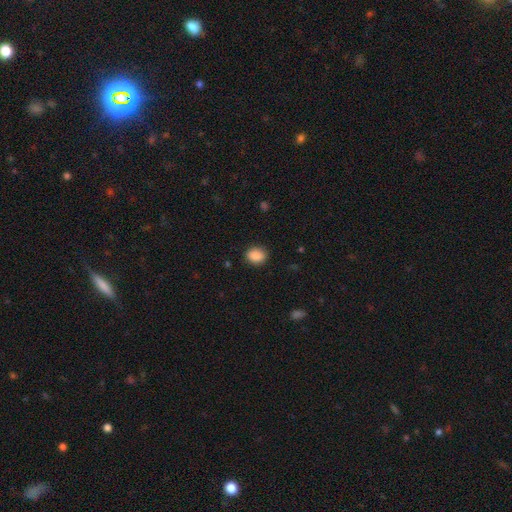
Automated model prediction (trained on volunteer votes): Smooth or featured: smooth — 88% (star or artifact — 8%)
How rounded: in between — 50% (round — 49%)
Merging: none — 86% (minor disturbance — 11%)